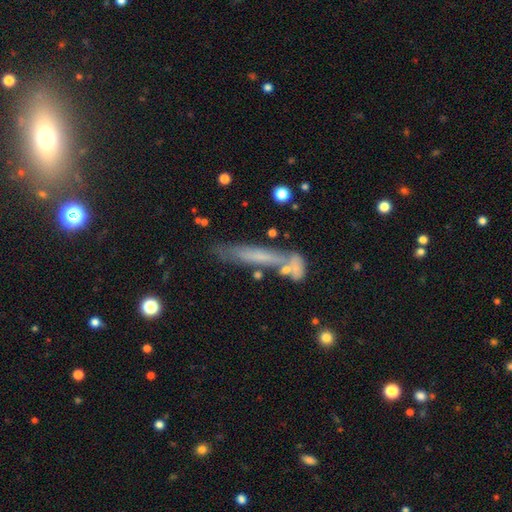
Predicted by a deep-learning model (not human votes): Morphology: type=smooth (57%); roundness=cigar-shaped (87%); merging=none (49%).